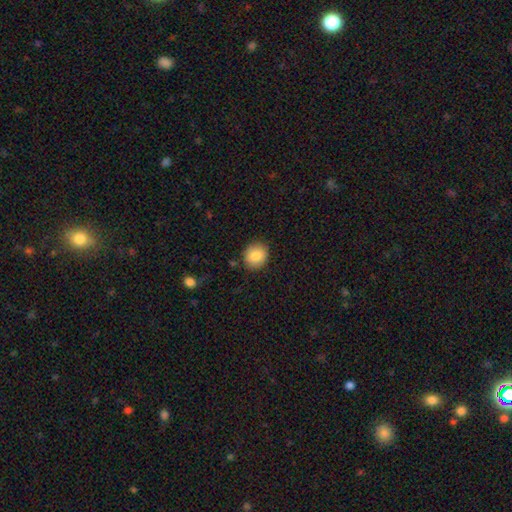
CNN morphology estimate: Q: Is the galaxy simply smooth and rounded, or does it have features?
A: smooth — 84%.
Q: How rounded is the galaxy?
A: round — 80%.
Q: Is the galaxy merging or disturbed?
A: none — 87%.